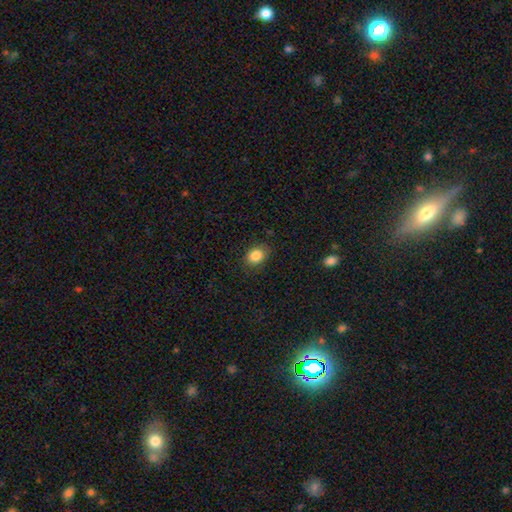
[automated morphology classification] Smooth or featured? Predicted: smooth (p=0.86). How rounded? Predicted: in between (p=0.59). Merging? Predicted: none (p=0.84).